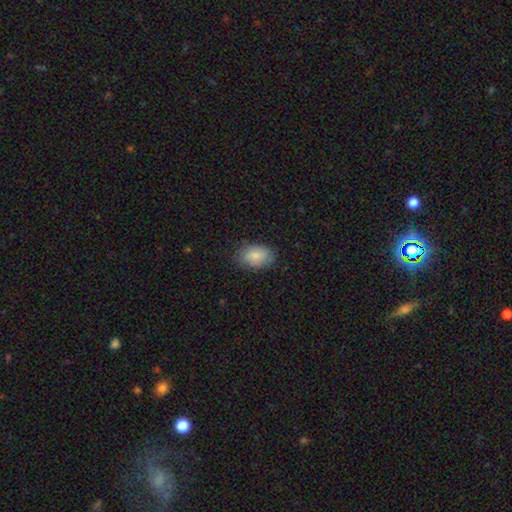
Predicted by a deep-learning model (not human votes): Smooth or featured? smooth (82%)
How rounded? in between (88%)
Merging? none (78%)